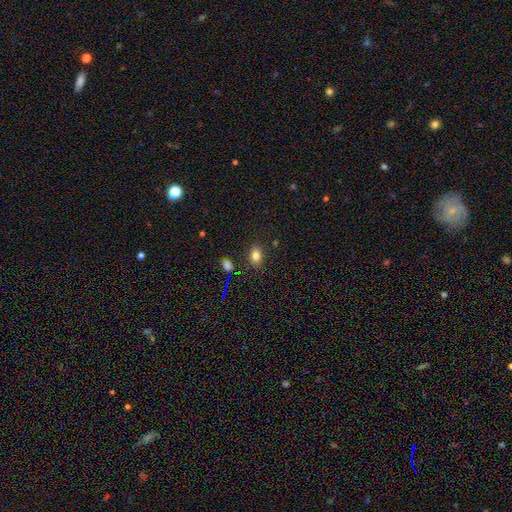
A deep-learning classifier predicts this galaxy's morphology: type=smooth (78%); roundness=in between (72%); merging=none (84%).